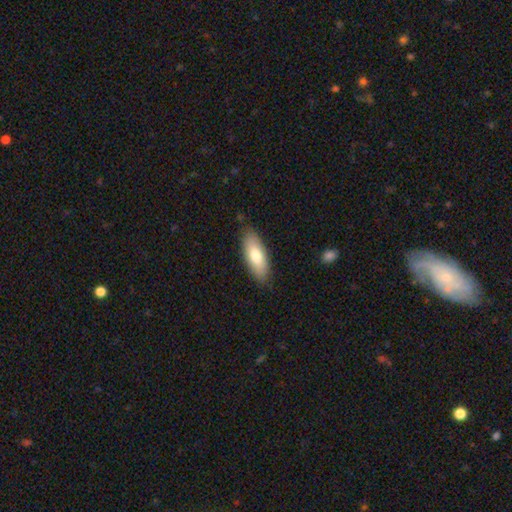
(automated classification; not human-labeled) smooth-or-featured: smooth: 76% | featured or disk: 18% | star or artifact: 6%
  how-rounded: in between: 73% | cigar-shaped: 25% | round: 2%
  merging: none: 84% | minor disturbance: 12% | major disturbance: 2% | merger: 1%